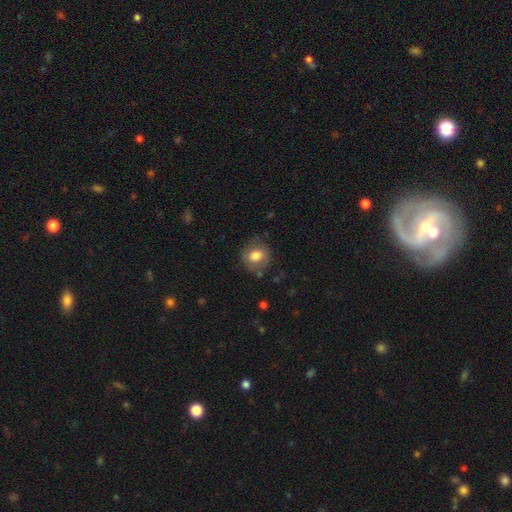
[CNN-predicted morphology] Smooth or featured?
  - smooth: 77% *
  - featured or disk: 14%
  - star or artifact: 9%
How rounded?
  - round: 75% *
  - in between: 25%
  - cigar-shaped: 1%
Merging?
  - none: 76% *
  - minor disturbance: 16%
  - major disturbance: 6%
  - merger: 2%